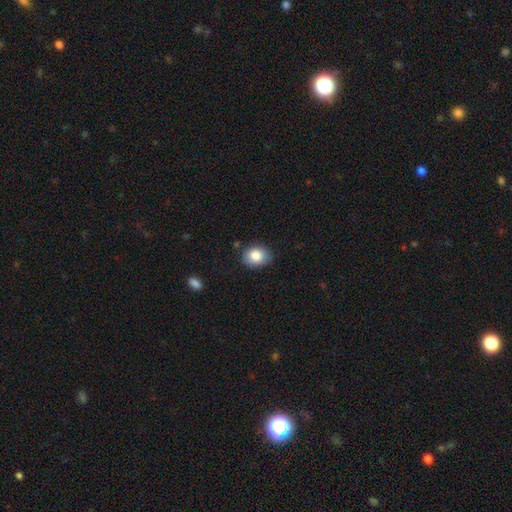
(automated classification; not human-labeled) A smooth galaxy with no disk features (83%) that is in between round and cigar-shaped (52%). Merging: none (79%).